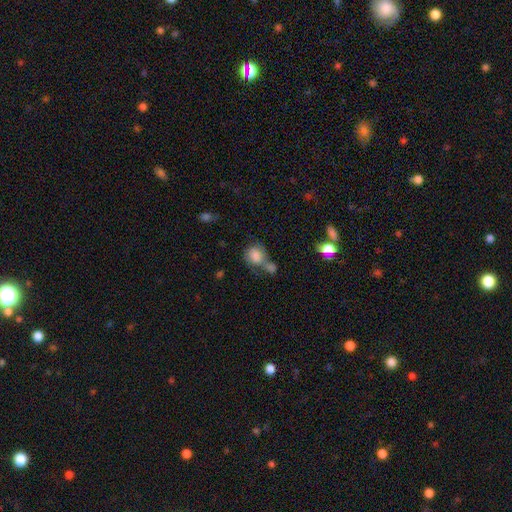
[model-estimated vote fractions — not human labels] This is likely a smooth galaxy (79%). How rounded: likely round (70%). Merging: marginally merger (43%).